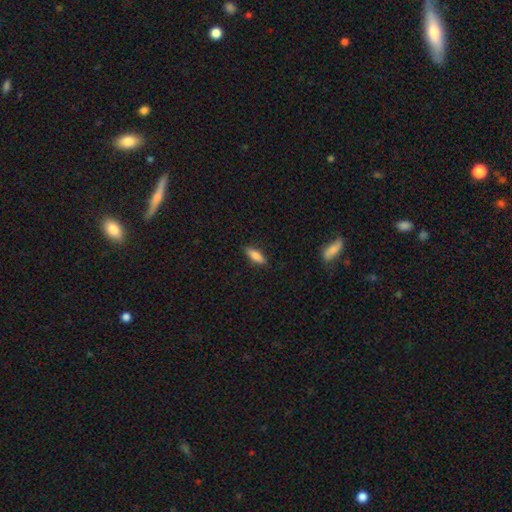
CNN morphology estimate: This appears to be a smooth galaxy with no disk features (78%) that is in between round and cigar-shaped (51%). Merging: none (86%).